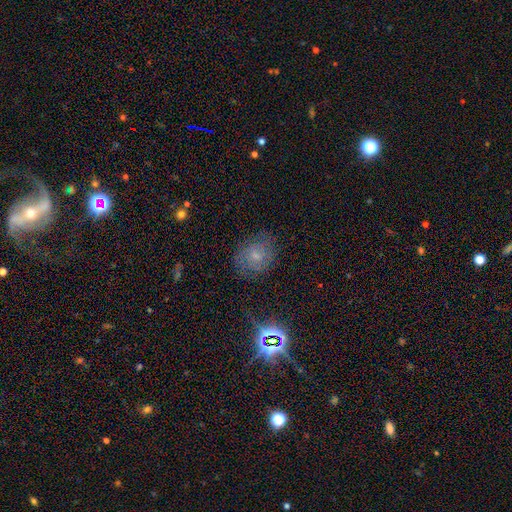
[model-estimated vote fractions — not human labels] smooth 43%, featured or disk 35%, star or artifact 22%. Down the decision tree: merging — none (72%).